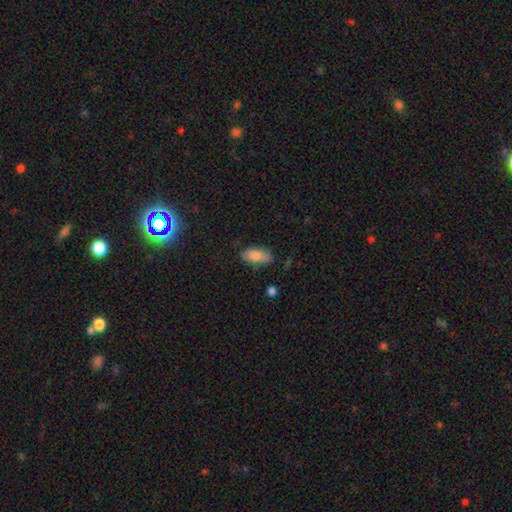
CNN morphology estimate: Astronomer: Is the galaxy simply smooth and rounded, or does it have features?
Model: smooth — 80%.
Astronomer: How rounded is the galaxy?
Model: in between — 87%.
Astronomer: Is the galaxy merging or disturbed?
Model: none — 75%.